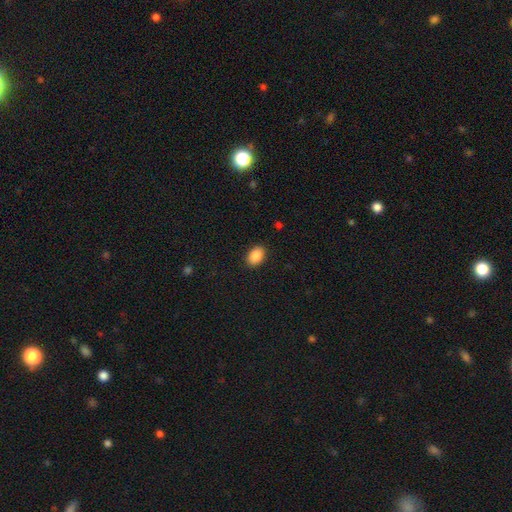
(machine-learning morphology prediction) The model was most divided on "how rounded": in between: 84%, round: 15%, cigar-shaped: 1%. More confident: merging — none (89%); smooth or featured — smooth (89%).